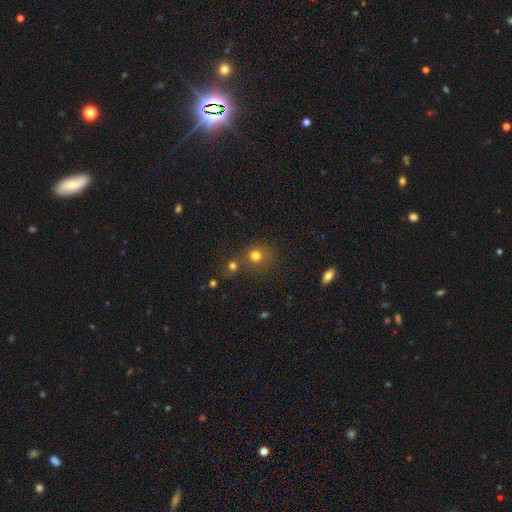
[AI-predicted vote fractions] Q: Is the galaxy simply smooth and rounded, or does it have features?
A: smooth — 75%.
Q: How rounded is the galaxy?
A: round — 86%.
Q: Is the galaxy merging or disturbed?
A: none — 60%.